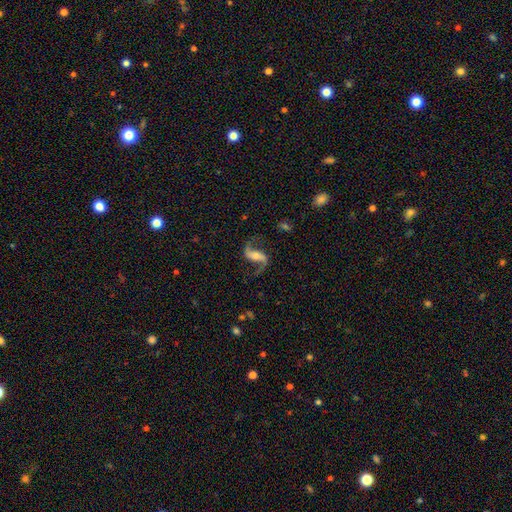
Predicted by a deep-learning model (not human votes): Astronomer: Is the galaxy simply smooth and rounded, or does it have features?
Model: featured or disk — 89%.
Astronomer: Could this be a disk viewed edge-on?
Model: no — 96%.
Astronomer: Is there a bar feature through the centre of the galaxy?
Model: strong — 44% (runner-up: weak, 32%).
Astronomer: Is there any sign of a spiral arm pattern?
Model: yes — 97%.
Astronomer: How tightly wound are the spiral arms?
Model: loose — 73%.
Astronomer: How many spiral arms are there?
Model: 2 — 93%.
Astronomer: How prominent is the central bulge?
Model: moderate — 48% (runner-up: small, 40%).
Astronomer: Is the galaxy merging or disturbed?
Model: none — 78%.